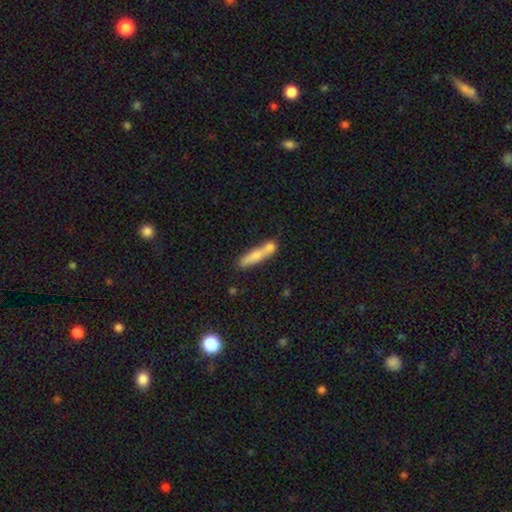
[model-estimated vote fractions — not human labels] smooth-or-featured: smooth: 67% | featured or disk: 26% | star or artifact: 7%
  how-rounded: cigar-shaped: 82% | in between: 16% | round: 3%
  merging: none: 47% | merger: 33% | minor disturbance: 15% | major disturbance: 5%